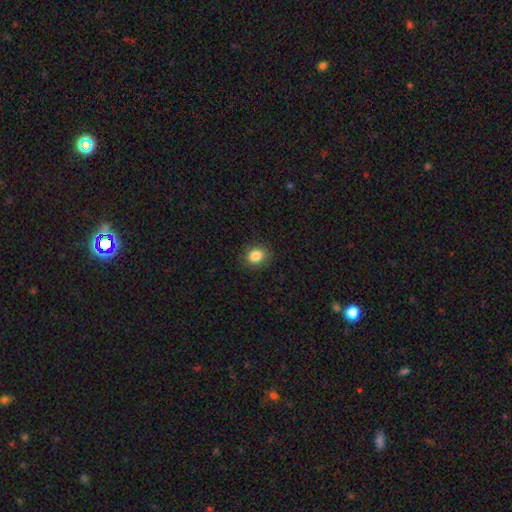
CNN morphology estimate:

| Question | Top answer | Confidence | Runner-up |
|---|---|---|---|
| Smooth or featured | smooth | 85% | star or artifact (10%) |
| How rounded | round | 67% | in between (32%) |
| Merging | none | 86% | minor disturbance (10%) |